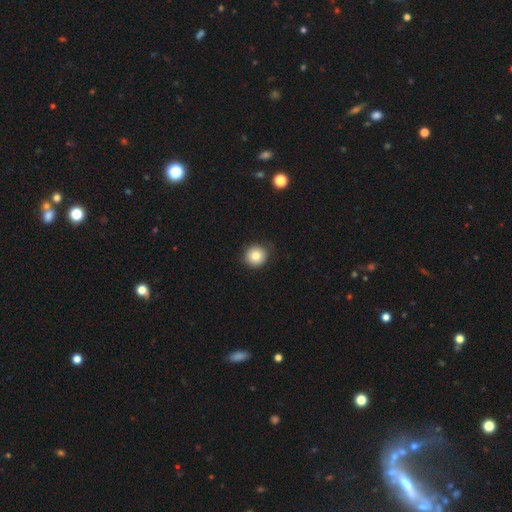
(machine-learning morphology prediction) This appears to be a smooth galaxy with no disk features (81%) that is round (94%). Merging: none (86%).